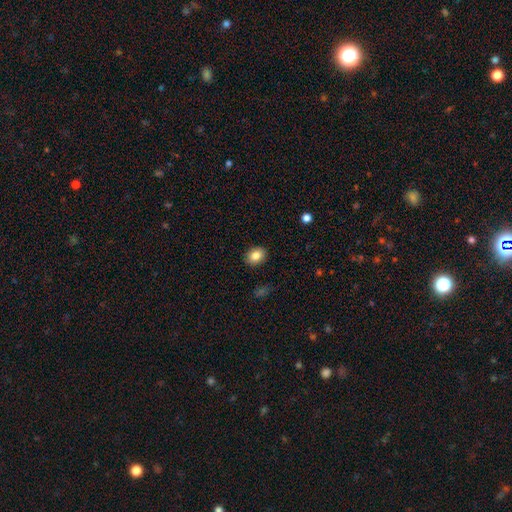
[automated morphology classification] Smooth or featured? smooth (83%)
How rounded? in between (58%)
Merging? none (89%)